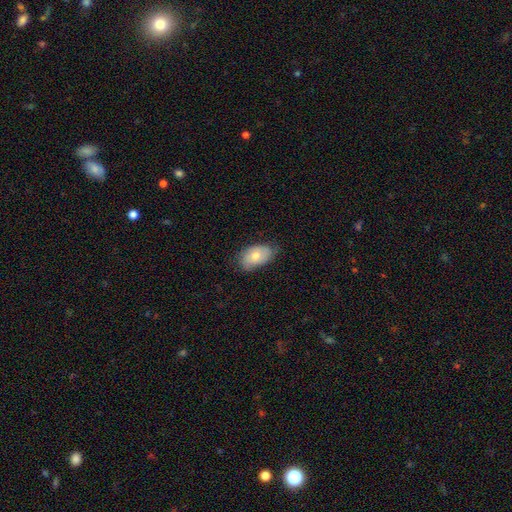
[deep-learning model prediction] smooth 69%, featured or disk 23%, star or artifact 7%. Down the decision tree: how rounded — in between (92%); merging — none (70%).